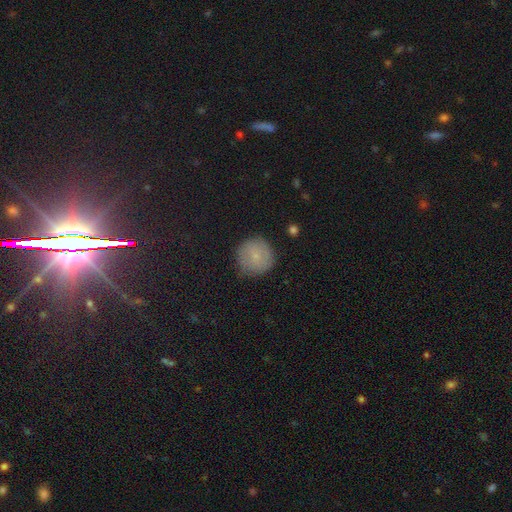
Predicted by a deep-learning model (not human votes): Q: Smooth or featured?
A: smooth (75%); runner-up: featured or disk (15%)
Q: How rounded?
A: round (94%); runner-up: in between (5%)
Q: Merging?
A: none (79%); runner-up: minor disturbance (16%)